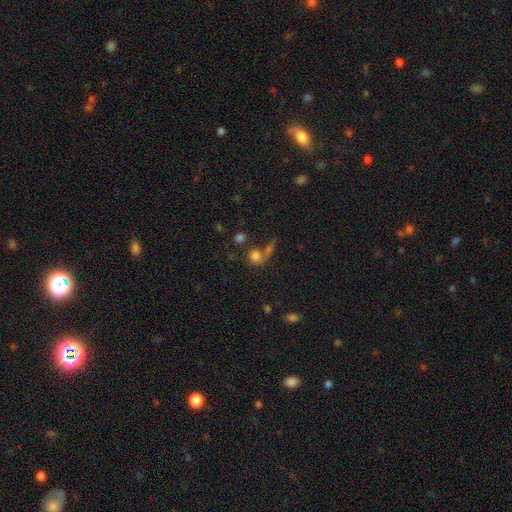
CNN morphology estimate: type=smooth (74%); roundness=round (79%); merging=none (45%).